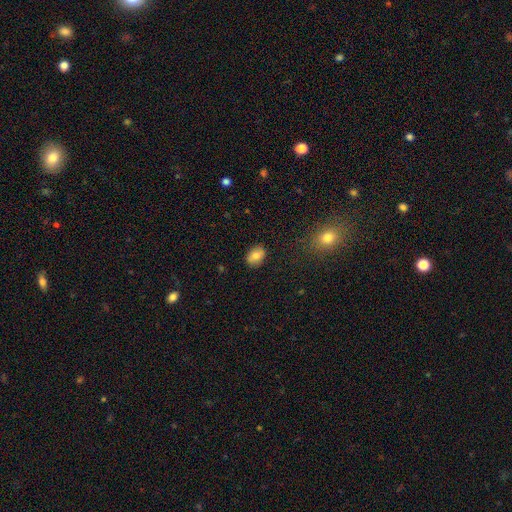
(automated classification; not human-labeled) This appears to be a smooth galaxy with no disk features (77%) that is in between round and cigar-shaped (73%). Merging: none (86%).